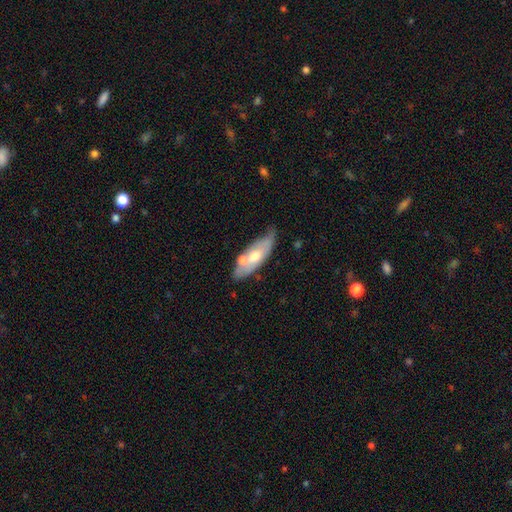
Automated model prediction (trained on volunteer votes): featured or disk 49%, smooth 45%, star or artifact 6%. Down the decision tree: merging — none (58%).